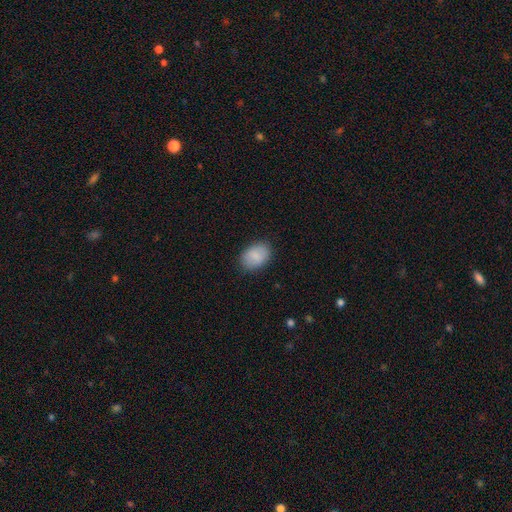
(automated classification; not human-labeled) Q: Smooth or featured?
A: smooth (86%); runner-up: featured or disk (7%)
Q: How rounded?
A: in between (82%); runner-up: round (17%)
Q: Merging?
A: none (85%); runner-up: minor disturbance (11%)